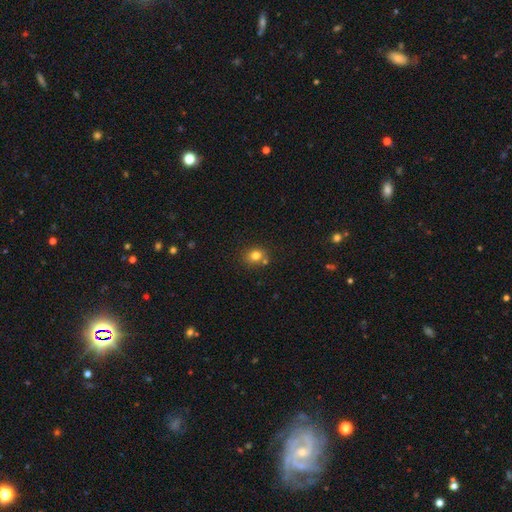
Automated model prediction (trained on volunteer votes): smooth-or-featured: smooth: 79% | star or artifact: 13% | featured or disk: 8%
  how-rounded: round: 64% | in between: 36% | cigar-shaped: 1%
  merging: none: 69% | merger: 15% | minor disturbance: 13% | major disturbance: 3%